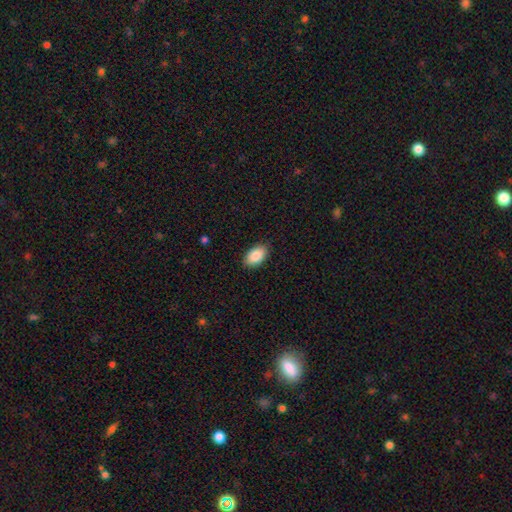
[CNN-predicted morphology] type=smooth (87%); roundness=in between (93%); merging=none (88%).